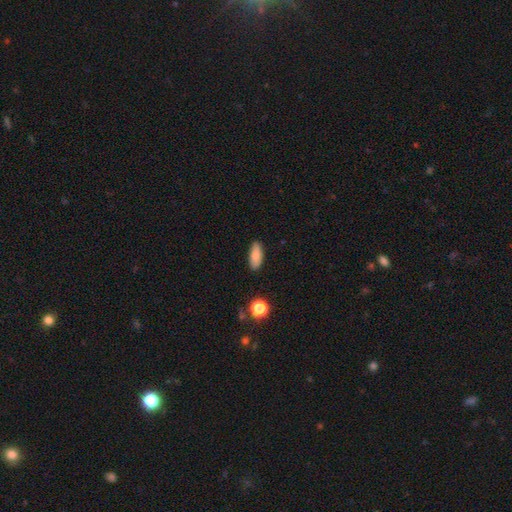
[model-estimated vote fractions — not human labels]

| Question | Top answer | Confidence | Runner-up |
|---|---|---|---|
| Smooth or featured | smooth | 83% | featured or disk (9%) |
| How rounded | in between | 74% | cigar-shaped (23%) |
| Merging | none | 85% | minor disturbance (11%) |